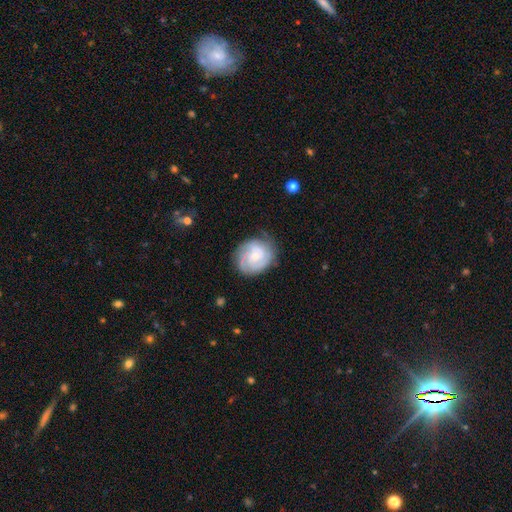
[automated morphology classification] Smooth or featured? Predicted: featured or disk (p=0.79). Edge-on disk? Predicted: no (p=0.98). Bar? Predicted: no (p=0.66). Spiral arms? Predicted: yes (p=0.96). Spiral winding? Predicted: tight (p=0.69). Spiral arm count? Predicted: 3 (p=0.31). Bulge size? Predicted: small (p=0.57). Merging? Predicted: none (p=0.74).